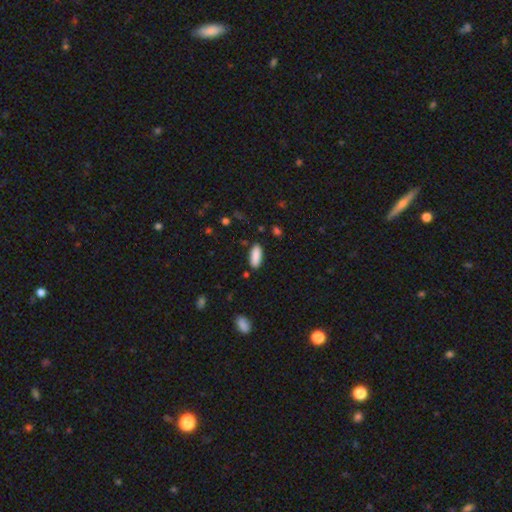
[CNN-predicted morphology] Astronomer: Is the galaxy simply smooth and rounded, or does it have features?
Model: smooth — 89%.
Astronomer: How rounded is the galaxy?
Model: in between — 78%.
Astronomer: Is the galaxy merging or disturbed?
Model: none — 87%.